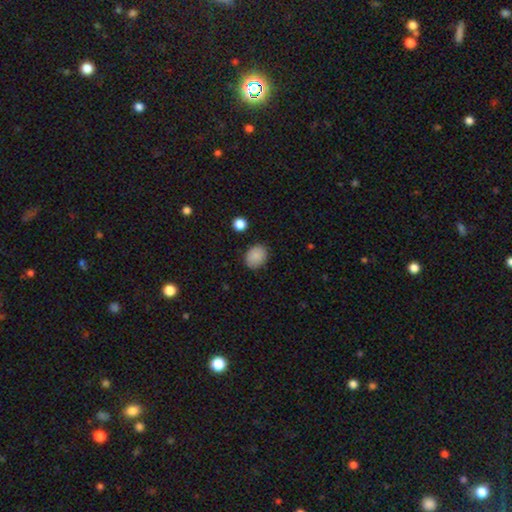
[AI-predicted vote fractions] This is clearly a smooth galaxy (87%). How rounded: possibly in between (52%). Merging: clearly none (83%).